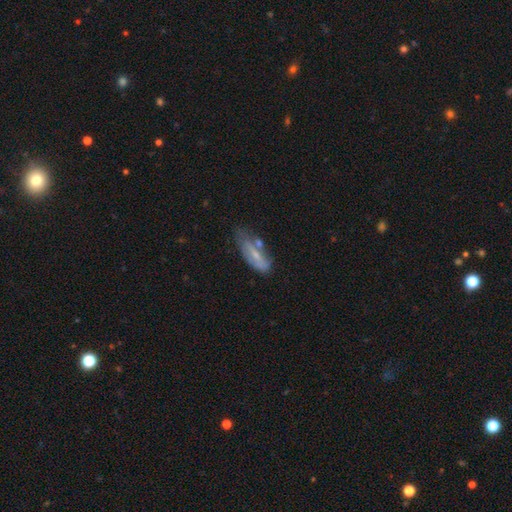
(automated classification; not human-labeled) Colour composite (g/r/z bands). It shows a smooth galaxy with no disk features (47%). Merging: none (45%).